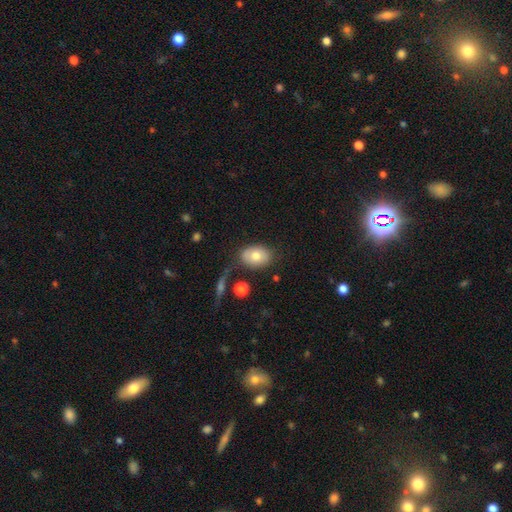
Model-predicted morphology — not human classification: Smooth or featured? smooth (75%)
How rounded? in between (79%)
Merging? none (70%)